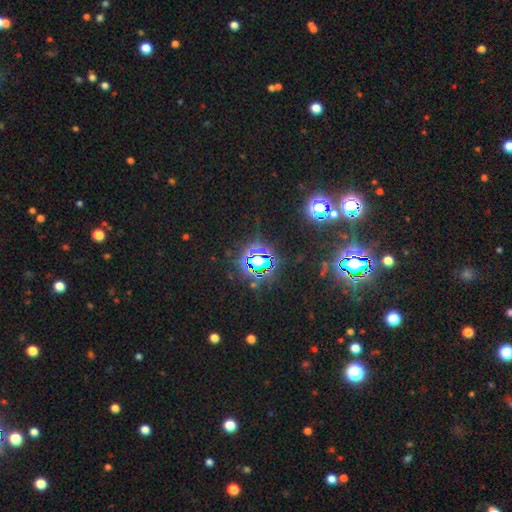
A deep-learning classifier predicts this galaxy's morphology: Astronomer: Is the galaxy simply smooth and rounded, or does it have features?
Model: star or artifact — 80%.